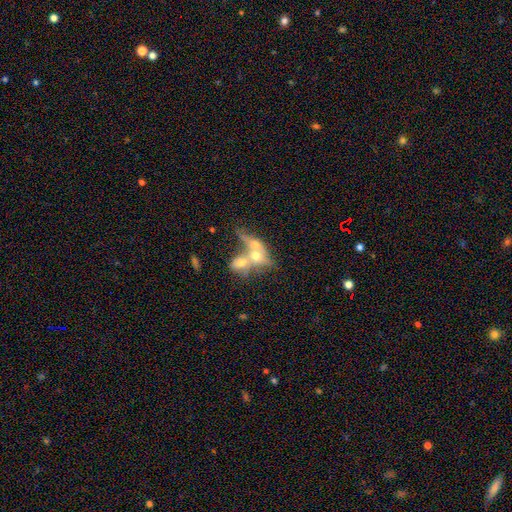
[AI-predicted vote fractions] Overall: smooth (49%; featured or disk 41%). Merging: merger (75%).